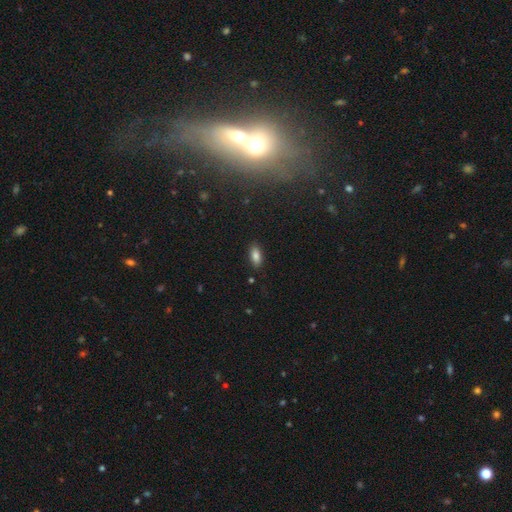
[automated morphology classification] A smooth galaxy with no disk features (84%) that is in between round and cigar-shaped (86%). Merging: none (86%).